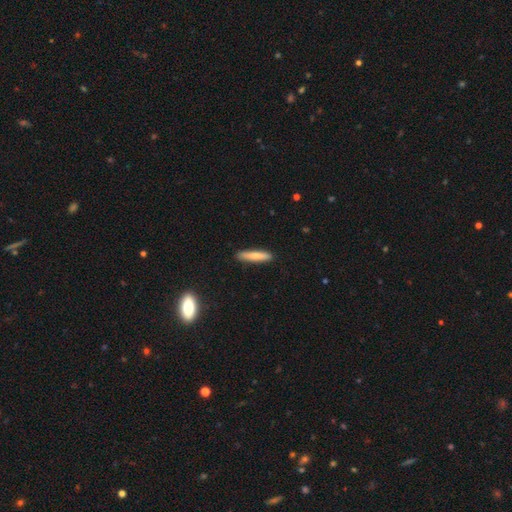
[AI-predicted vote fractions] Smooth or featured? Predicted: smooth (p=0.76). How rounded? Predicted: cigar-shaped (p=0.89). Merging? Predicted: none (p=0.89).